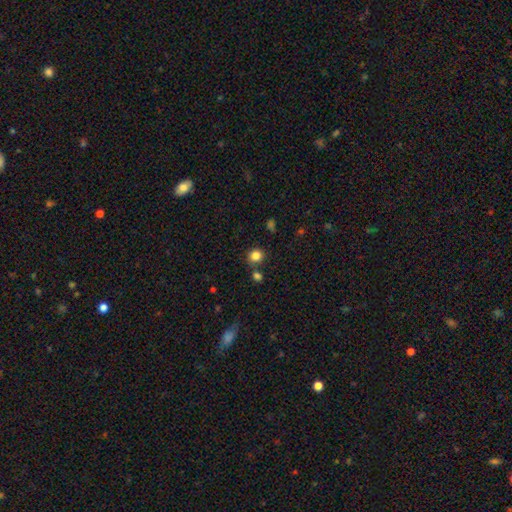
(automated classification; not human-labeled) smooth 83%, star or artifact 12%, featured or disk 5%. Down the decision tree: how rounded — round (86%); merging — none (79%).